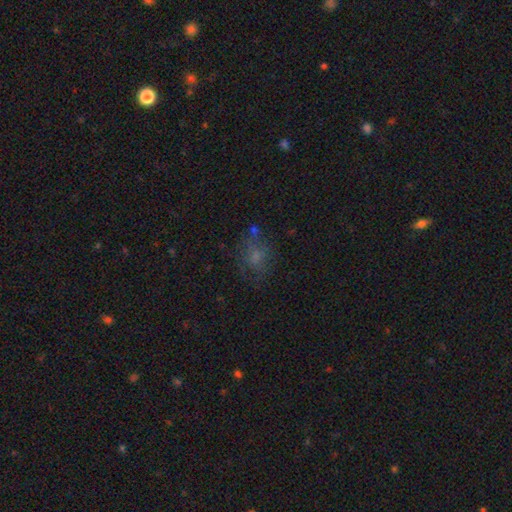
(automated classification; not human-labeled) A smooth galaxy with no disk features (55%) that is round (54%). Merging: none (55%).